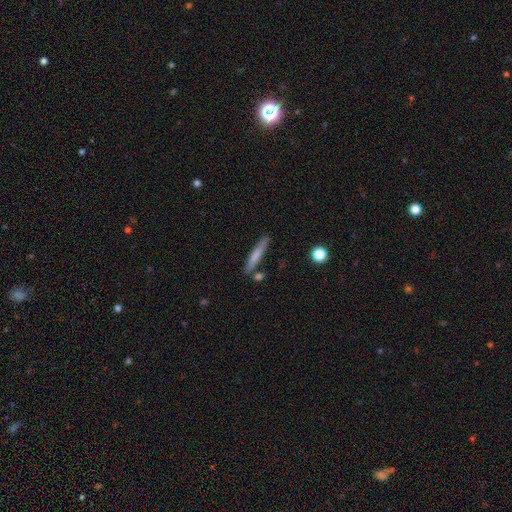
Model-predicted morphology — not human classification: smooth_or_featured: smooth (p=0.70) [alt: featured or disk p=0.24]
how_rounded: cigar-shaped (p=0.93) [alt: in between p=0.05]
merging: none (p=0.81) [alt: minor disturbance p=0.11]